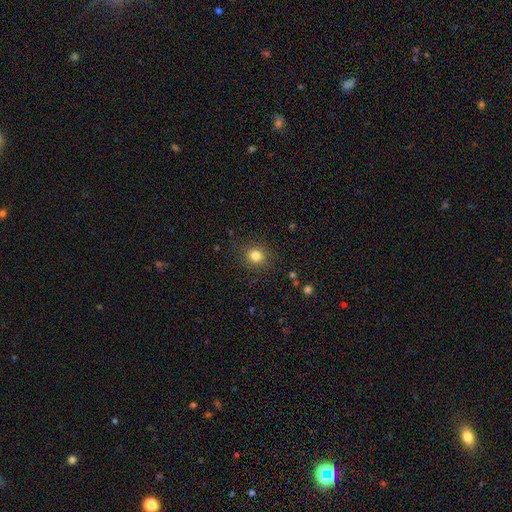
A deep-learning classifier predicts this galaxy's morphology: Overall: smooth (81%). How rounded: round (78%). Merging: none (87%).